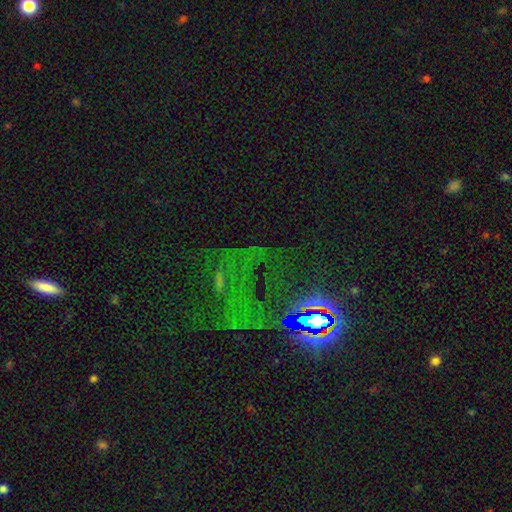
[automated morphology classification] This is likely a star or artifact rather than a galaxy (67%).